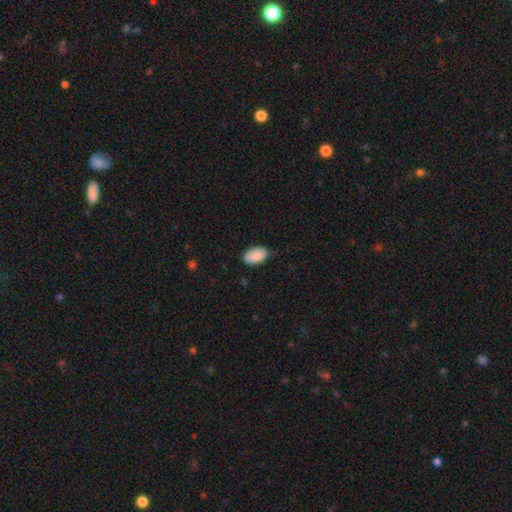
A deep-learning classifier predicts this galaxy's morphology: The model was most divided on "merging": none: 80%, minor disturbance: 17%, major disturbance: 3%, merger: 1%. More confident: how rounded — in between (94%); smooth or featured — smooth (88%).